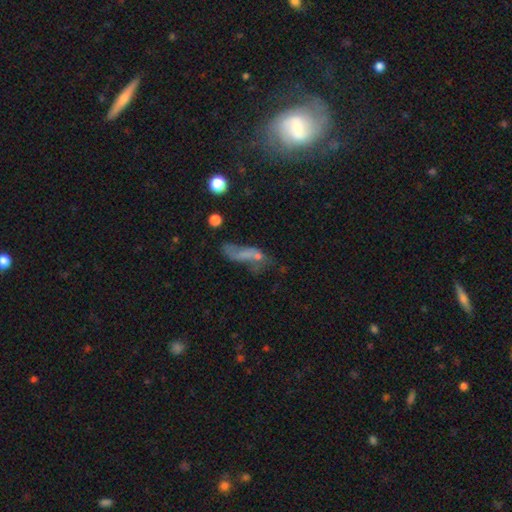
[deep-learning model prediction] smooth_or_featured: smooth (p=0.43) [alt: featured or disk p=0.37]
merging: none (p=0.32) [alt: major disturbance p=0.29]